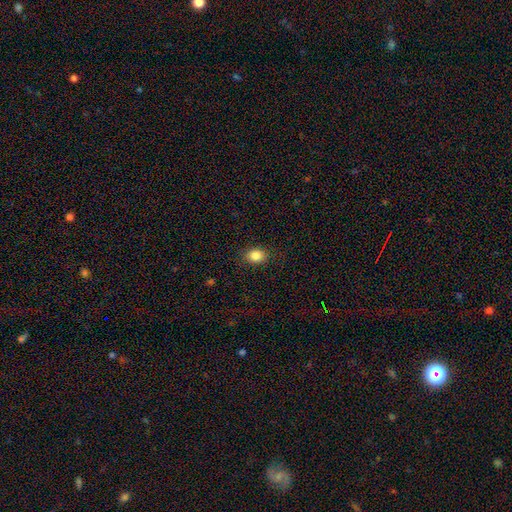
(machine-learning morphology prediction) type=smooth (86%); roundness=in between (59%); merging=none (85%).